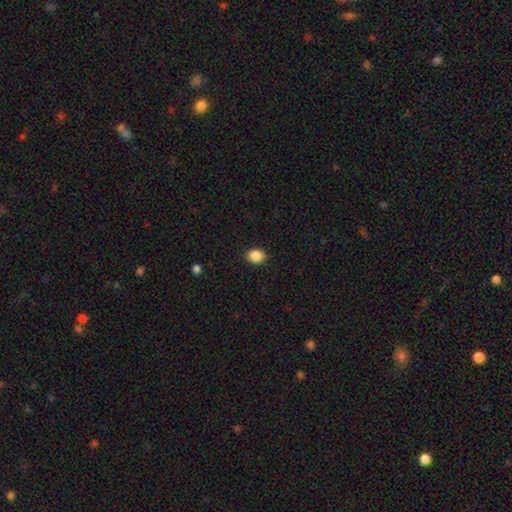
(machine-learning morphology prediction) Smooth or featured: smooth — 88% (star or artifact — 9%)
How rounded: in between — 54% (round — 45%)
Merging: none — 90% (minor disturbance — 7%)